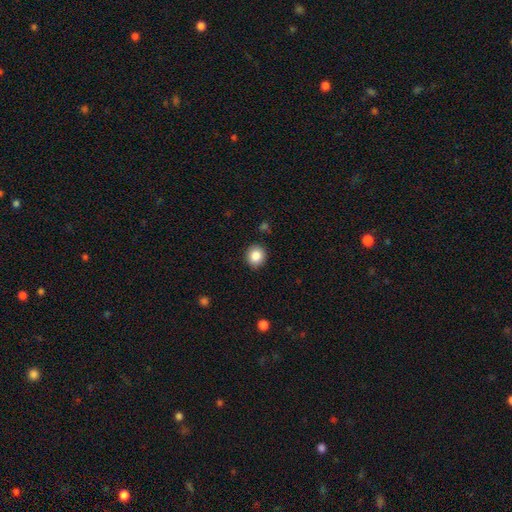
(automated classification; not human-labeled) Morphology: type=smooth (85%); roundness=round (87%); merging=none (91%).